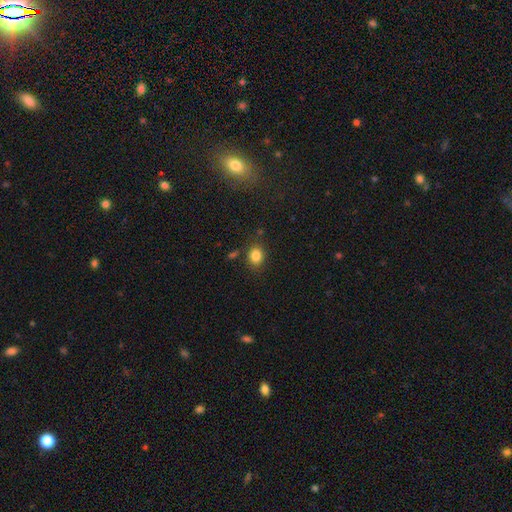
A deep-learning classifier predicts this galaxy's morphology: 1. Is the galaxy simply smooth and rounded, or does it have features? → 84% smooth, 11% star or artifact, 6% featured or disk.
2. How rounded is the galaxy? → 54% round, 45% in between, 1% cigar-shaped.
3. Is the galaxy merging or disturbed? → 81% none, 12% minor disturbance, 4% merger, 4% major disturbance.